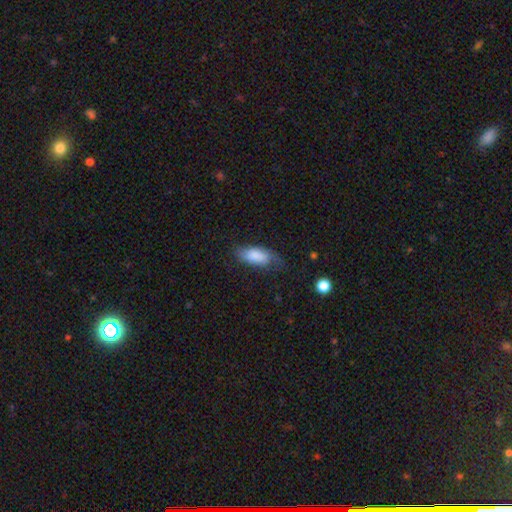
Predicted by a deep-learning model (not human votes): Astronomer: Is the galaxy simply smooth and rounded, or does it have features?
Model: smooth — 78%.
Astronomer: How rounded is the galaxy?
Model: in between — 85%.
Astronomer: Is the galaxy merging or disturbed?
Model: none — 53% (runner-up: minor disturbance, 32%).